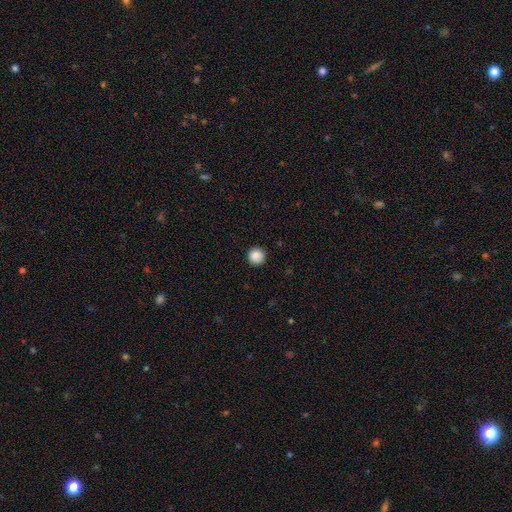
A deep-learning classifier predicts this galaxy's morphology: This is clearly a smooth galaxy (87%). How rounded: clearly round (95%). Merging: clearly none (92%).